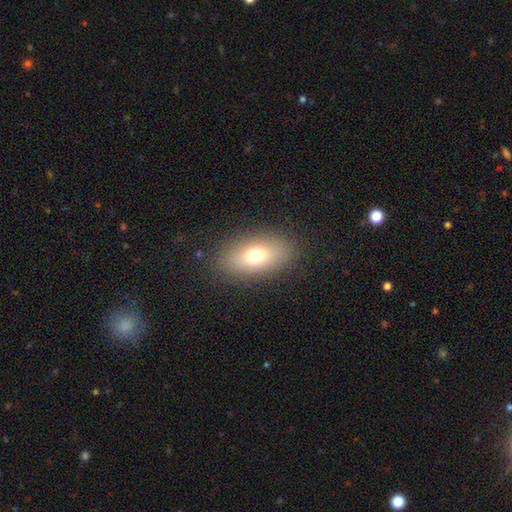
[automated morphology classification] The model was most divided on "smooth or featured": smooth: 71%, featured or disk: 18%, star or artifact: 11%. More confident: how rounded — in between (86%); merging — none (86%).